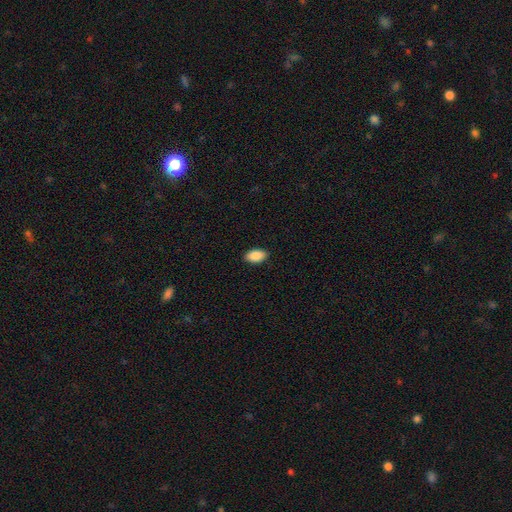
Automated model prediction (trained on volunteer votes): Smooth or featured? Predicted: smooth (p=0.90). How rounded? Predicted: in between (p=0.93). Merging? Predicted: none (p=0.89).